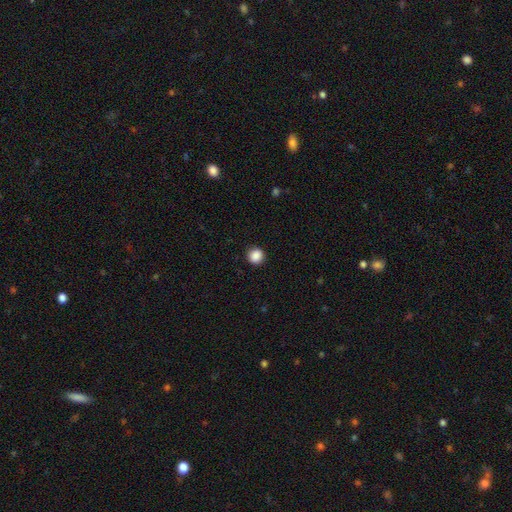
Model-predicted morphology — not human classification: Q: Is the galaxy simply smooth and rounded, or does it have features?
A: smooth — 88%.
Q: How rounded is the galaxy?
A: round — 93%.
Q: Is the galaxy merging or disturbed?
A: none — 91%.